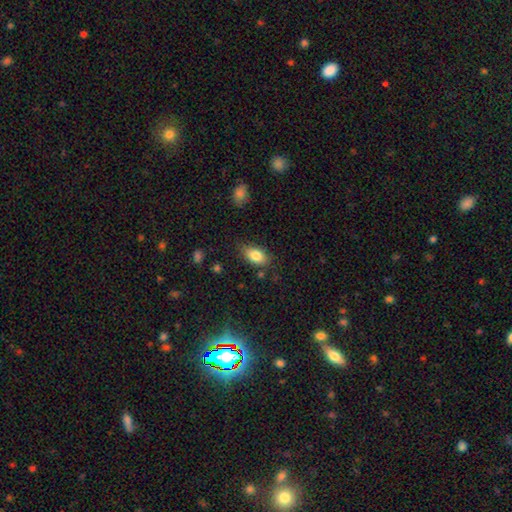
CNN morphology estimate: Q: Smooth or featured?
A: smooth (83%); runner-up: featured or disk (9%)
Q: How rounded?
A: in between (89%); runner-up: round (8%)
Q: Merging?
A: none (74%); runner-up: minor disturbance (19%)